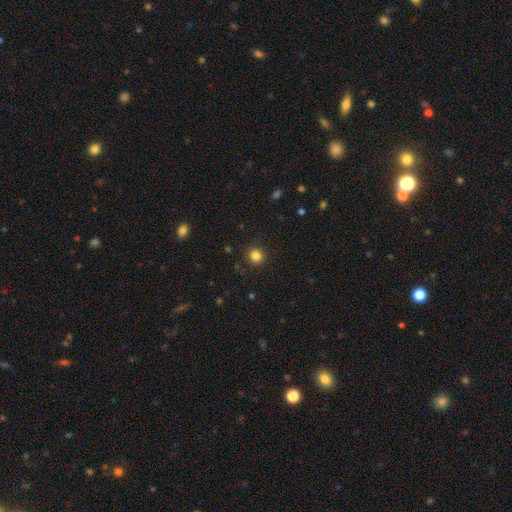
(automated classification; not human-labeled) A smooth galaxy with no disk features (83%) that is round (94%). Merging: none (90%).